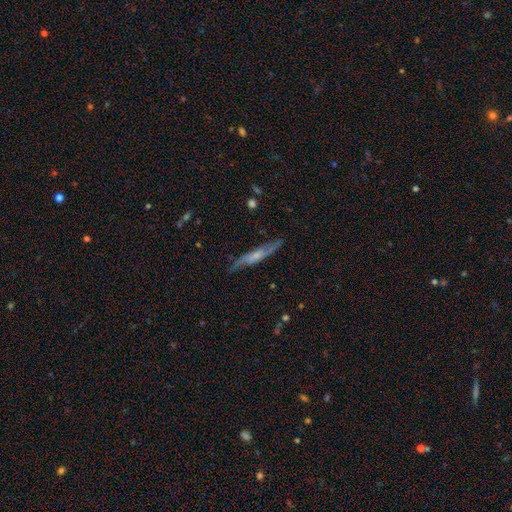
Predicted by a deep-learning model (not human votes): Morphology: type=featured or disk (62%); edge-on=yes (63%); merging=none (75%).